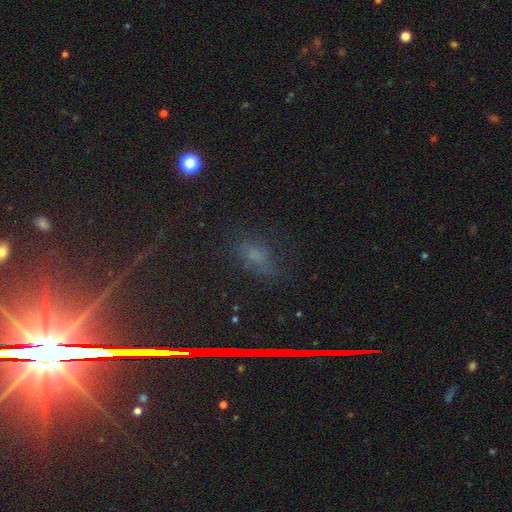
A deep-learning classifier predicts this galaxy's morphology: Smooth or featured? Predicted: smooth (p=0.43). Merging? Predicted: none (p=0.67).